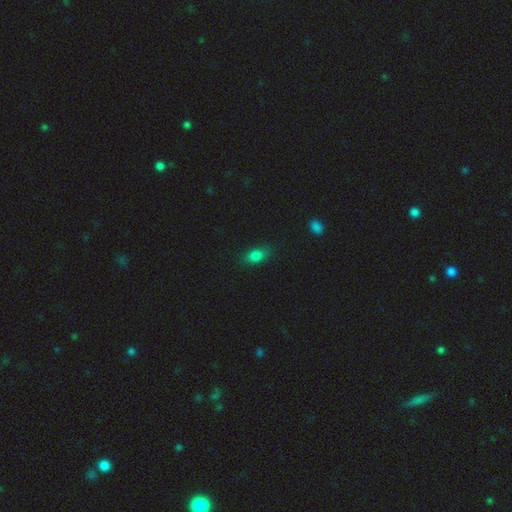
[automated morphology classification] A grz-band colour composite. It shows a smooth galaxy with no disk features (80%) that is in between round and cigar-shaped (80%). Merging: none (77%).